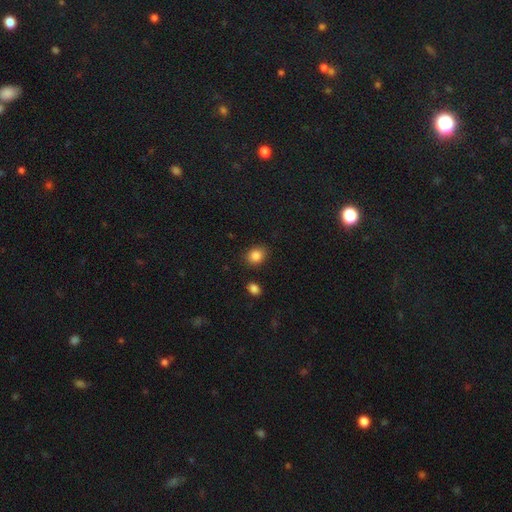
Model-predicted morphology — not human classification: type=smooth (86%); roundness=round (58%); merging=none (84%).